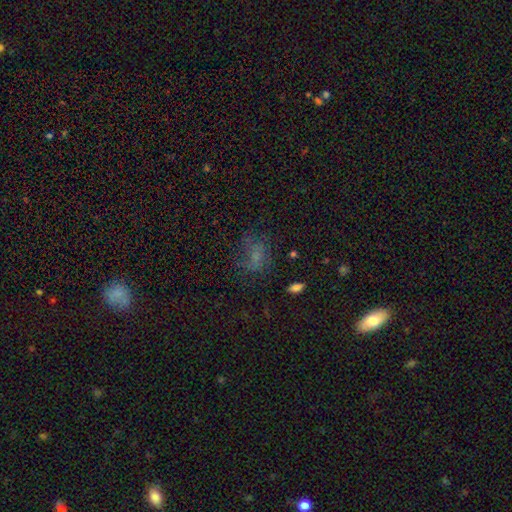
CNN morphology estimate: The model was most divided on "smooth or featured": smooth: 49%, featured or disk: 26%, star or artifact: 25%. Remaining: merging — none (50%).